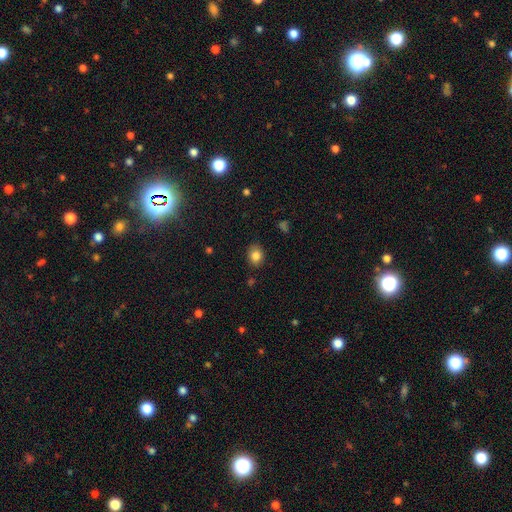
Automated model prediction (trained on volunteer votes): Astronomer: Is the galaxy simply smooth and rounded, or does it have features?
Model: smooth — 84%.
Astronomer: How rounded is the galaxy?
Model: in between — 54% (runner-up: round, 45%).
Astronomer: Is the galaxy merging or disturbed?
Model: none — 85%.